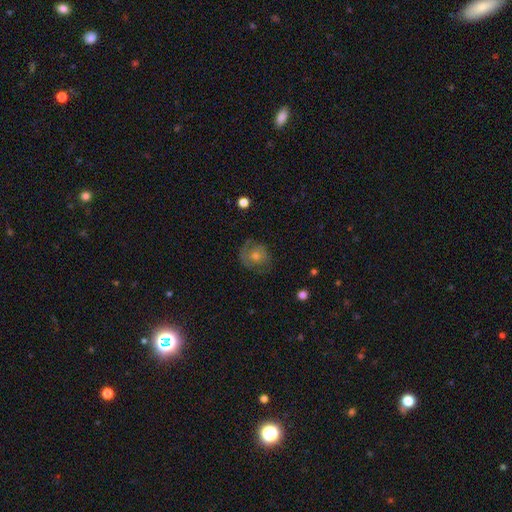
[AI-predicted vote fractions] featured or disk 49%, smooth 37%, star or artifact 14%. Down the decision tree: merging — none (69%).